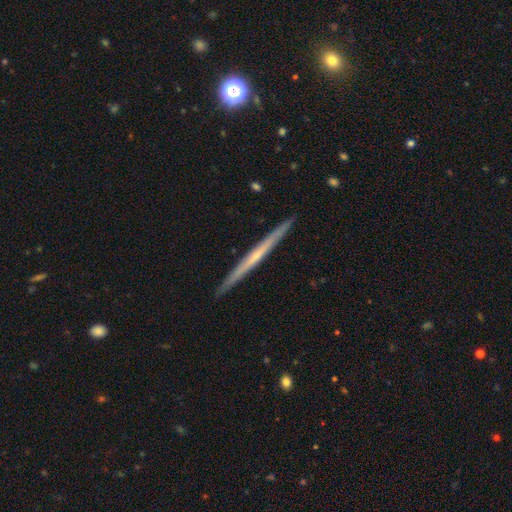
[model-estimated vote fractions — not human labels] Smooth or featured: featured or disk — 68% (smooth — 26%)
Edge-on disk: yes — 98% (no — 2%)
Edge-on bulge: none — 66% (rounded — 30%)
Merging: none — 92% (minor disturbance — 6%)